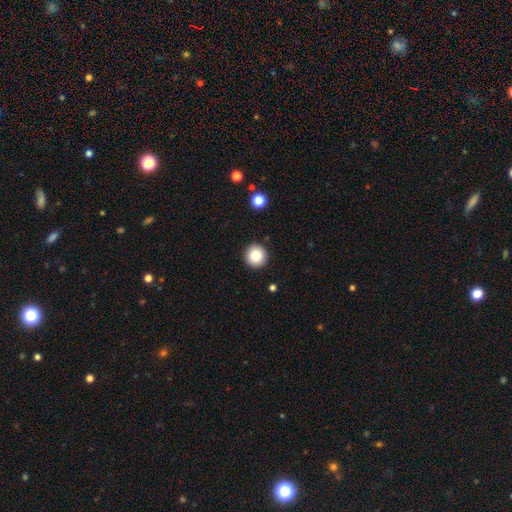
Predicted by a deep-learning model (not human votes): The model was most divided on "smooth or featured": smooth: 83%, star or artifact: 10%, featured or disk: 7%. More confident: how rounded — round (96%); merging — none (92%).